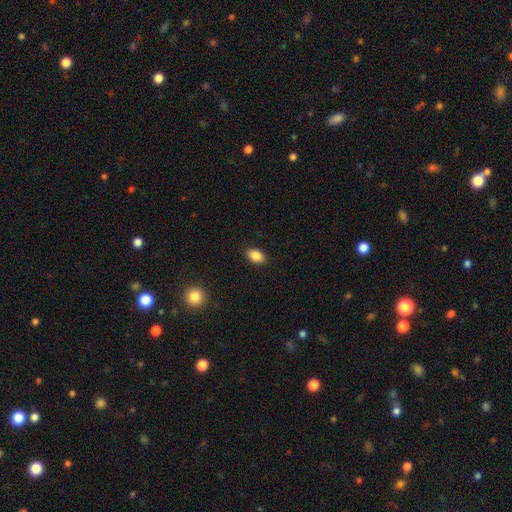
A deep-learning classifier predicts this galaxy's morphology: Smooth or featured? Predicted: smooth (p=0.87). How rounded? Predicted: in between (p=0.87). Merging? Predicted: none (p=0.88).